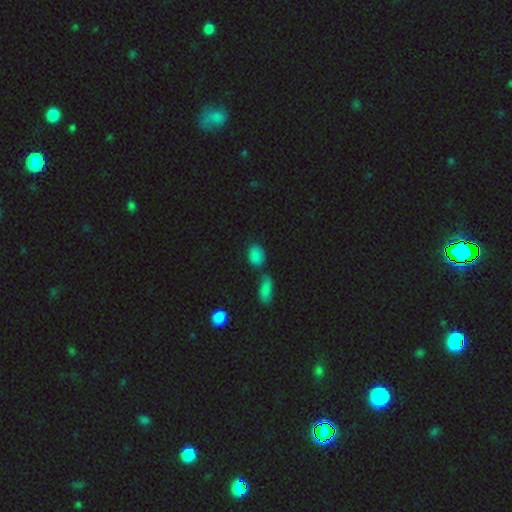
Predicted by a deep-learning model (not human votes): A smooth galaxy with no disk features (80%) that is in between round and cigar-shaped (73%). Merging: none (56%).